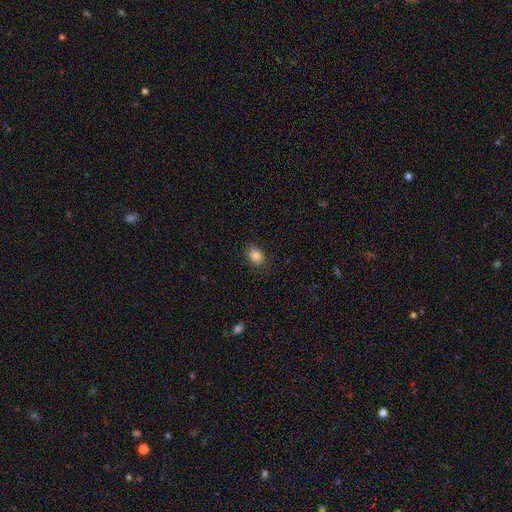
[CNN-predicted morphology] smooth 86%, star or artifact 9%, featured or disk 5%. Down the decision tree: how rounded — in between (77%); merging — none (84%).